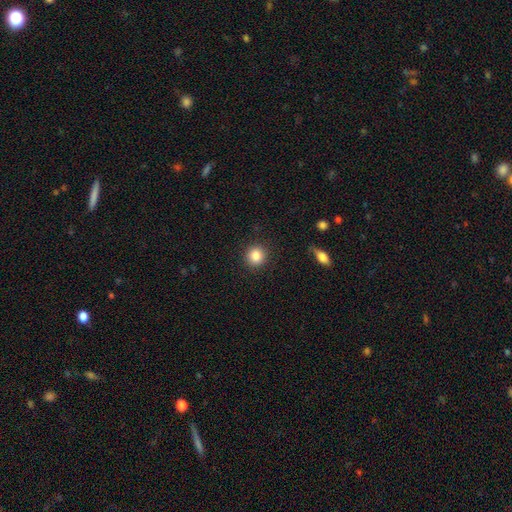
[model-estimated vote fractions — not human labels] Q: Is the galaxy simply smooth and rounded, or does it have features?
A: smooth — 86%.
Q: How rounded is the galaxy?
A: round — 90%.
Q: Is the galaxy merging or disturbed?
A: none — 90%.